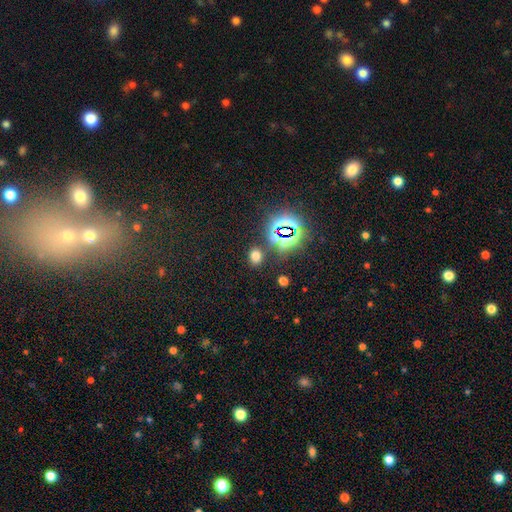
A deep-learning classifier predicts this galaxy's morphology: smooth-or-featured: smooth: 61% | star or artifact: 33% | featured or disk: 7%
  how-rounded: in between: 56% | round: 43% | cigar-shaped: 2%
  merging: none: 83% | minor disturbance: 9% | merger: 4% | major disturbance: 4%